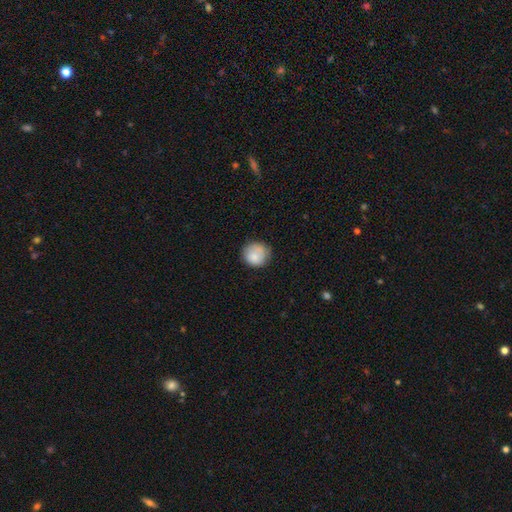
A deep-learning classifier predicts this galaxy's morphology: A smooth galaxy with no disk features (83%) that is round (89%).

Vote fractions:
- Smooth or featured? smooth: 83% / featured or disk: 9% / star or artifact: 7%
- How rounded? round: 89% / in between: 10% / cigar-shaped: 1%
- Merging? none: 71% / minor disturbance: 22% / major disturbance: 5% / merger: 2%